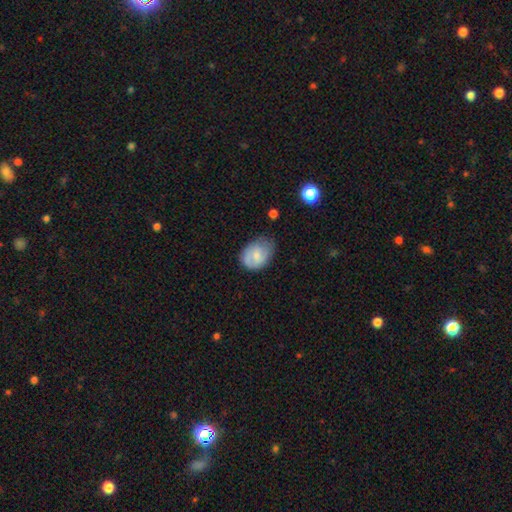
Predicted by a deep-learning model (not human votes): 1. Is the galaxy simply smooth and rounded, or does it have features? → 58% smooth, 35% featured or disk, 7% star or artifact.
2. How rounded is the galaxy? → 69% in between, 30% round, 1% cigar-shaped.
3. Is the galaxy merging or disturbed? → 56% none, 33% minor disturbance, 9% major disturbance, 2% merger.